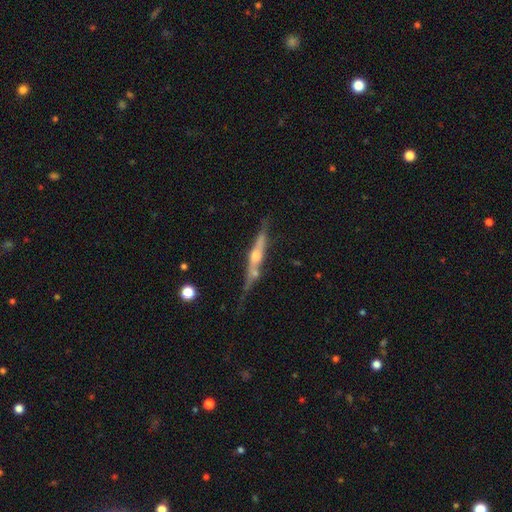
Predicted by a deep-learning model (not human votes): smooth_or_featured: featured or disk (p=0.70) [alt: smooth p=0.23]
disk_edge_on: yes (p=0.93) [alt: no p=0.07]
edge_on_bulge: rounded (p=0.79) [alt: none p=0.12]
merging: none (p=0.55) [alt: minor disturbance p=0.24]